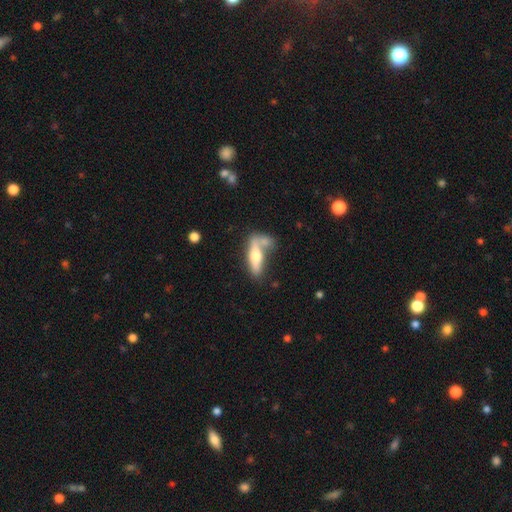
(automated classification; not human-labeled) A smooth galaxy with no disk features (52%) that is cigar-shaped (58%). Merging: none (44%).